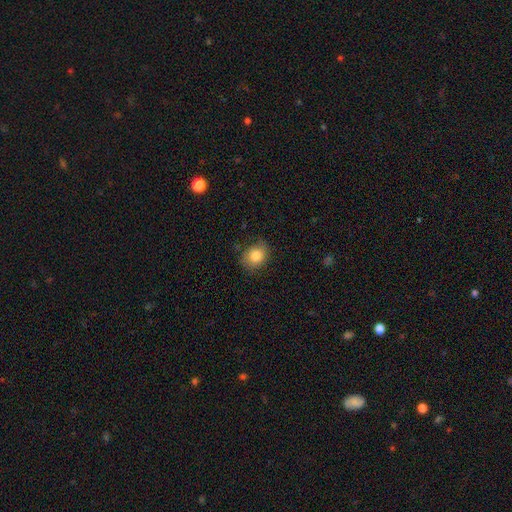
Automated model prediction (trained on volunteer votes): smooth 82%, star or artifact 9%, featured or disk 9%. Down the decision tree: how rounded — round (61%); merging — none (76%).